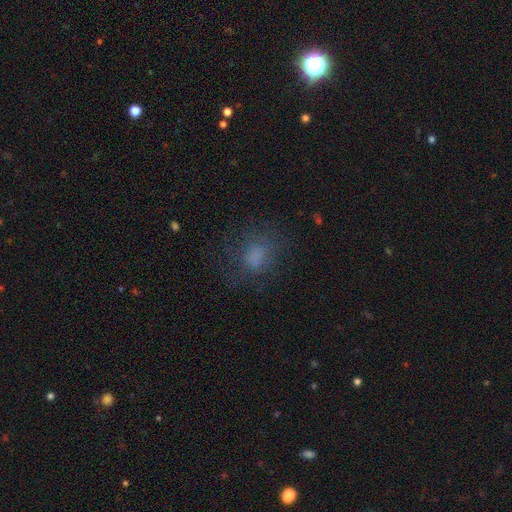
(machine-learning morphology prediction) The model was most divided on "how rounded": round: 56%, in between: 43%, cigar-shaped: 1%. More confident: smooth or featured — smooth (64%); merging — none (61%).